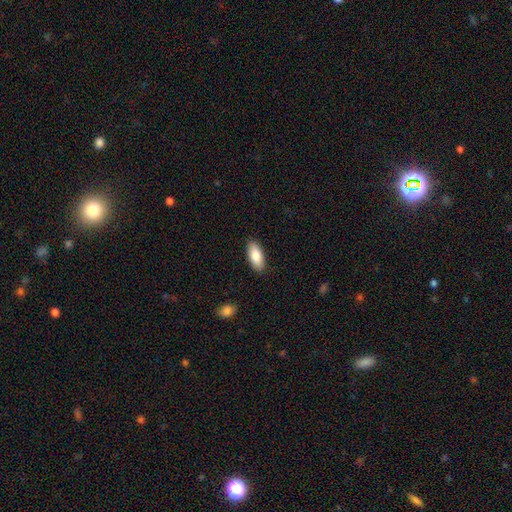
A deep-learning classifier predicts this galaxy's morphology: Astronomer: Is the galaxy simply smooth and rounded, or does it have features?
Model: smooth — 84%.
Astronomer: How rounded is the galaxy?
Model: in between — 84%.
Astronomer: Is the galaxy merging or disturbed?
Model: none — 89%.